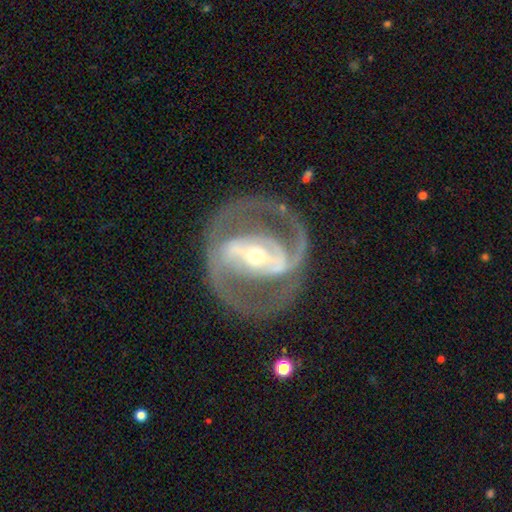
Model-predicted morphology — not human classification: type=featured or disk (89%); edge-on=no (96%); bar=strong (62%); spiral arms=yes (88%); winding=medium (49%); arm count=2 (86%); bulge=moderate (48%); merging=none (75%).